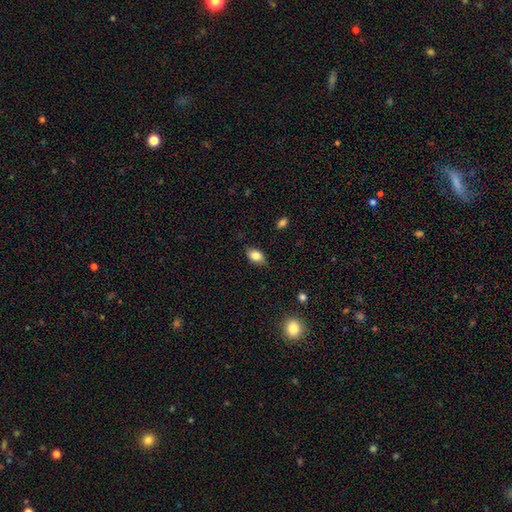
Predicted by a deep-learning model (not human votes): A smooth galaxy with no disk features (81%) that is in between round and cigar-shaped (84%).

Vote fractions:
- Smooth or featured? smooth: 81% / featured or disk: 10% / star or artifact: 8%
- How rounded? in between: 84% / round: 14% / cigar-shaped: 3%
- Merging? none: 80% / minor disturbance: 16% / major disturbance: 3% / merger: 1%